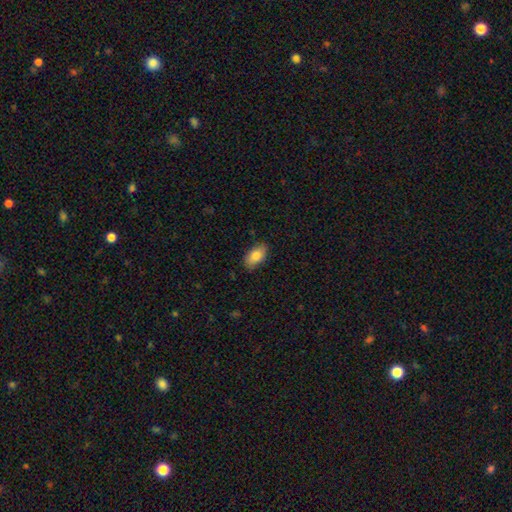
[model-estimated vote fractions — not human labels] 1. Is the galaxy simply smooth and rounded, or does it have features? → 84% smooth, 9% featured or disk, 7% star or artifact.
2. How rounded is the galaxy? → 93% in between, 4% round, 3% cigar-shaped.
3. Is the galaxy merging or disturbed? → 85% none, 12% minor disturbance, 2% major disturbance, 1% merger.